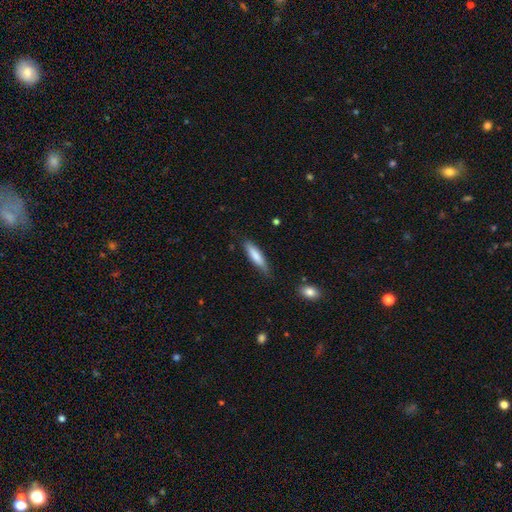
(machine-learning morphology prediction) A smooth galaxy with no disk features (77%) that is cigar-shaped (72%). Merging: none (74%).